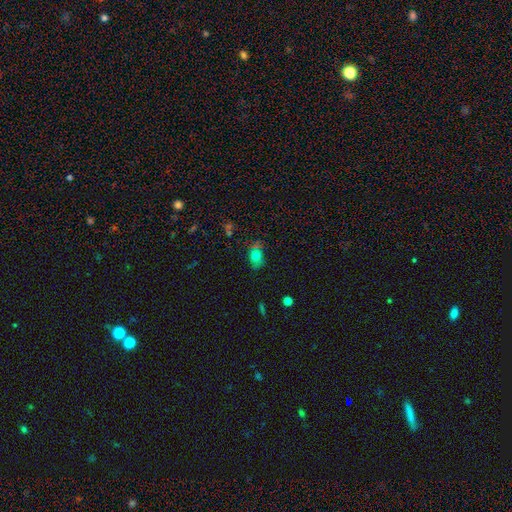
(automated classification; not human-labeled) Smooth or featured? Predicted: smooth (p=0.73). How rounded? Predicted: in between (p=0.73). Merging? Predicted: none (p=0.67).